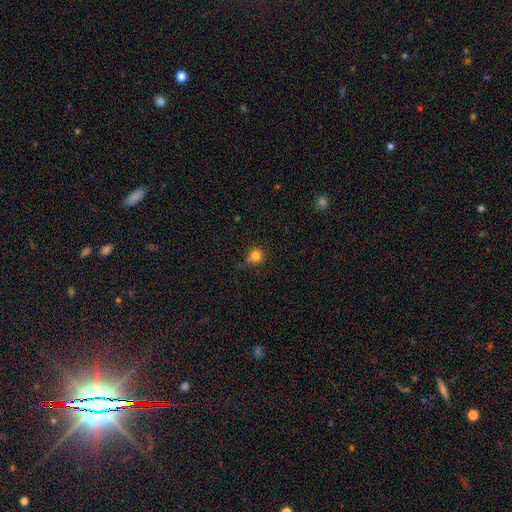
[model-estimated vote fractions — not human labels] Smooth or featured? smooth (81%)
How rounded? round (93%)
Merging? none (70%)